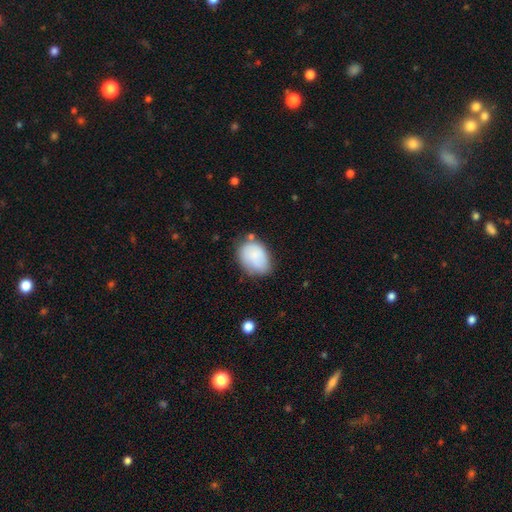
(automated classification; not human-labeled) The model was most divided on "merging": none: 55%, minor disturbance: 29%, major disturbance: 9%, merger: 7%. More confident: smooth or featured — smooth (80%); how rounded — in between (73%).